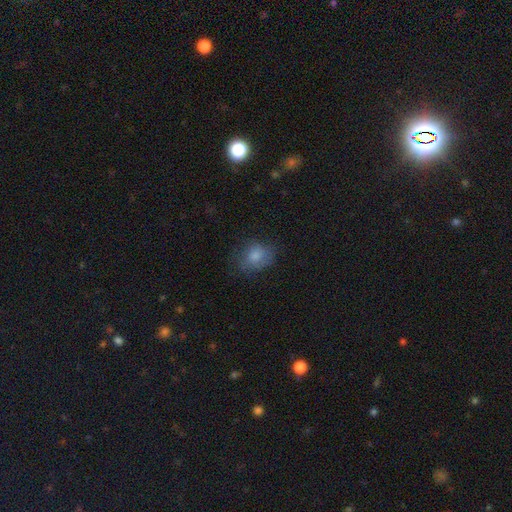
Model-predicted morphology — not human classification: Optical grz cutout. It shows a smooth galaxy with no disk features (80%) that is round (51%). Merging: none (64%).